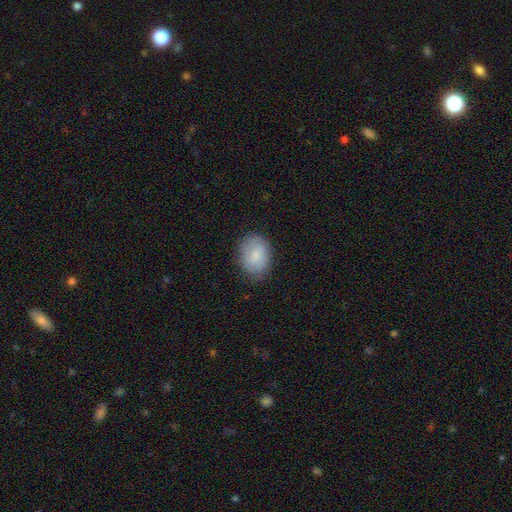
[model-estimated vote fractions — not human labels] smooth-or-featured: smooth: 78% | featured or disk: 16% | star or artifact: 7%
  how-rounded: in between: 68% | round: 31% | cigar-shaped: 1%
  merging: none: 79% | minor disturbance: 16% | major disturbance: 4% | merger: 1%